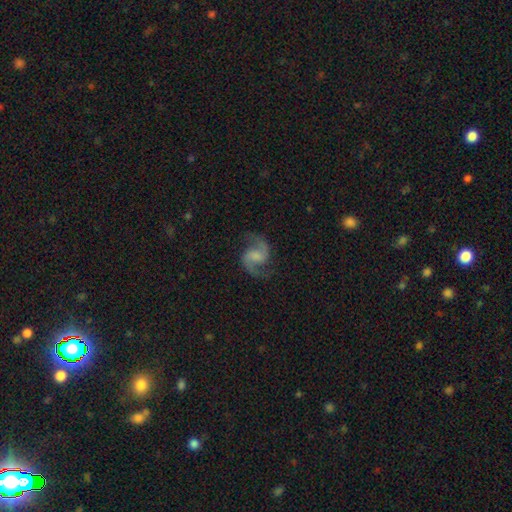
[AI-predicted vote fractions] Smooth or featured?
  - featured or disk: 90% *
  - smooth: 5%
  - star or artifact: 5%
Edge-on disk?
  - no: 98% *
  - yes: 2%
Bar?
  - weak: 45% *
  - no: 42%
  - strong: 13%
Spiral arms?
  - yes: 98% *
  - no: 2%
Spiral winding?
  - medium: 53% *
  - loose: 39%
  - tight: 8%
Spiral arm count?
  - 2: 94% *
  - can't tell: 1%
  - 1: 1%
  - 3: 1%
  - 4: 1%
  - more than 4: 1%
Bulge size?
  - none: 44% *
  - moderate: 23%
  - small: 18%
  - large: 13%
  - dominant: 2%
Merging?
  - none: 80% *
  - minor disturbance: 12%
  - major disturbance: 6%
  - merger: 1%